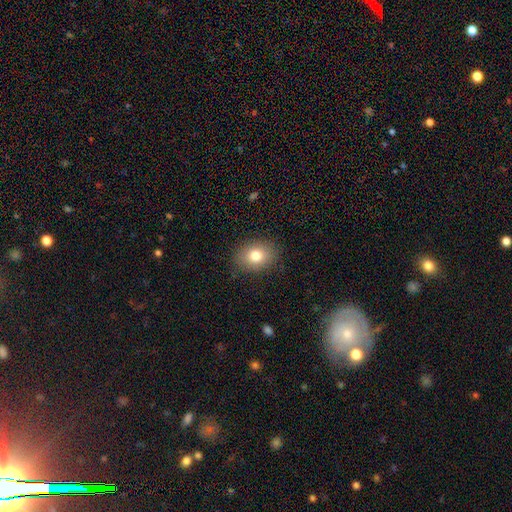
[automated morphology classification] A smooth galaxy with no disk features (80%) that is in between round and cigar-shaped (64%).

Vote fractions:
- Smooth or featured? smooth: 80% / featured or disk: 11% / star or artifact: 10%
- How rounded? in between: 64% / round: 35% / cigar-shaped: 1%
- Merging? none: 86% / minor disturbance: 10% / major disturbance: 3% / merger: 1%